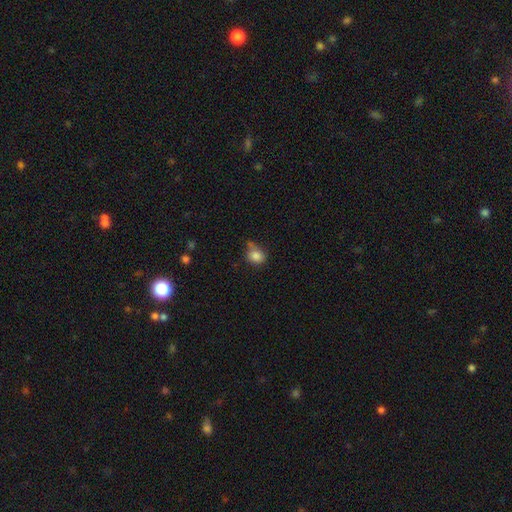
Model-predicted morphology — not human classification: smooth-or-featured: smooth: 84% | star or artifact: 10% | featured or disk: 6%
  how-rounded: round: 66% | in between: 33% | cigar-shaped: 1%
  merging: none: 57% | minor disturbance: 25% | merger: 11% | major disturbance: 6%